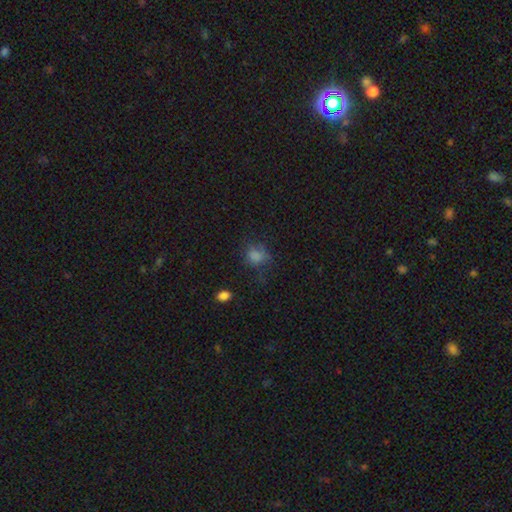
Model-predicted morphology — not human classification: smooth-or-featured: smooth: 73% | star or artifact: 18% | featured or disk: 9%
  how-rounded: round: 67% | in between: 31% | cigar-shaped: 1%
  merging: none: 58% | minor disturbance: 24% | major disturbance: 15% | merger: 3%